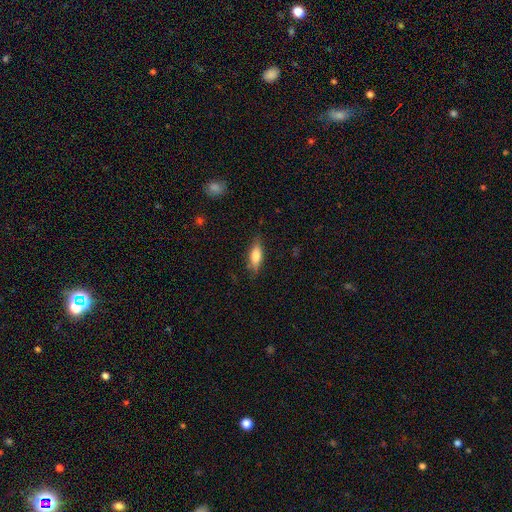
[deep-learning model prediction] This is likely a smooth galaxy (76%). How rounded: likely in between (63%). Merging: likely none (80%).